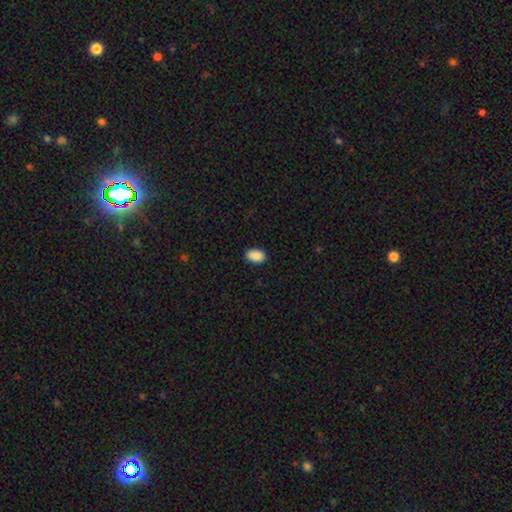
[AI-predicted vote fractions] Smooth or featured?
  - smooth: 91% *
  - star or artifact: 7%
  - featured or disk: 2%
How rounded?
  - in between: 91% *
  - round: 8%
  - cigar-shaped: 1%
Merging?
  - none: 90% *
  - minor disturbance: 7%
  - major disturbance: 2%
  - merger: 1%